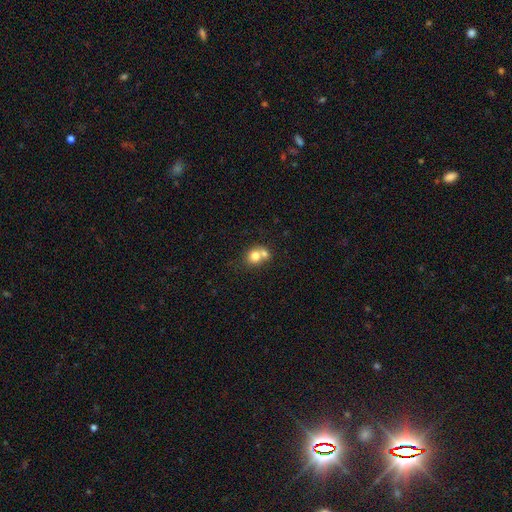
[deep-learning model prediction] This appears to be a smooth galaxy with no disk features (74%) that is round (73%). Merging: merger (57%).